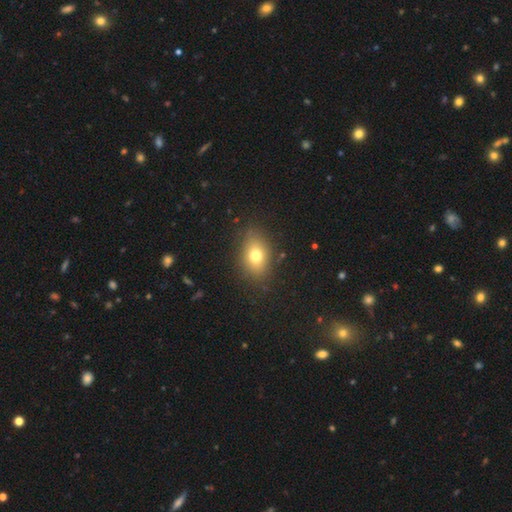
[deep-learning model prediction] Smooth or featured?
  - smooth: 75% *
  - featured or disk: 13%
  - star or artifact: 12%
How rounded?
  - in between: 75% *
  - round: 23%
  - cigar-shaped: 2%
Merging?
  - none: 84% *
  - minor disturbance: 11%
  - major disturbance: 4%
  - merger: 1%